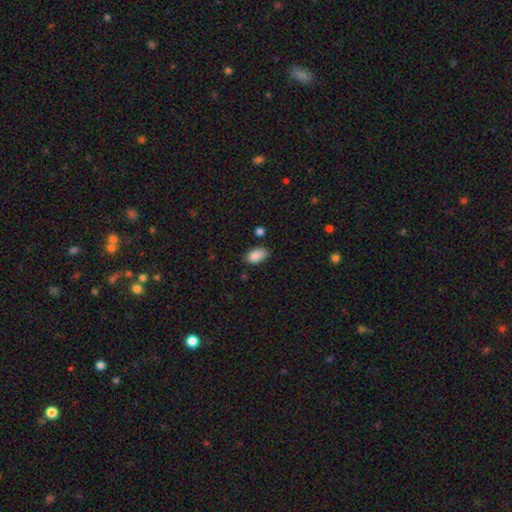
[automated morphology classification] This is clearly a smooth galaxy (89%). How rounded: clearly in between (92%). Merging: likely none (77%).